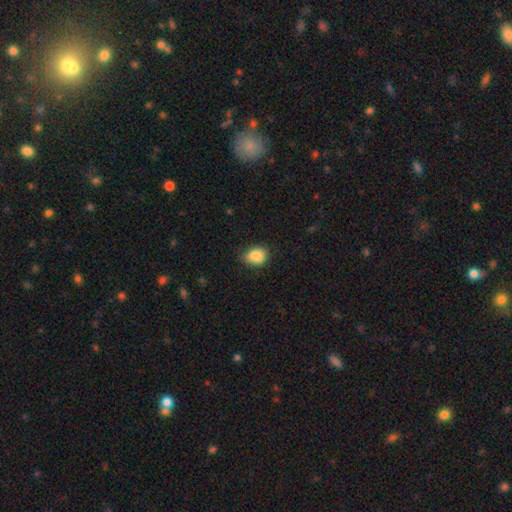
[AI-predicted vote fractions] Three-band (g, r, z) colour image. It shows a smooth galaxy with no disk features (84%) that is in between round and cigar-shaped (53%). Merging: none (71%).